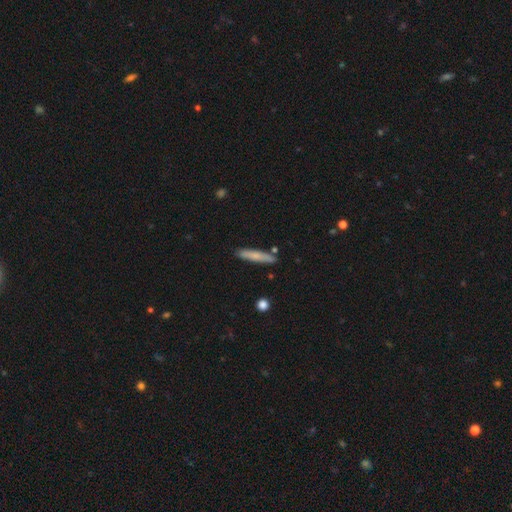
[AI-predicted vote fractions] Overall: smooth (70%). How rounded: cigar-shaped (91%). Merging: none (84%).